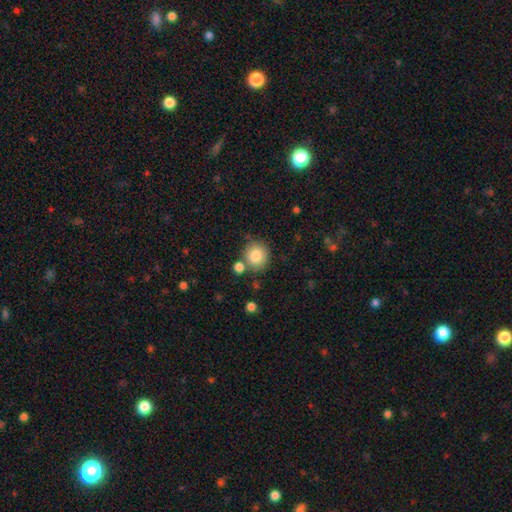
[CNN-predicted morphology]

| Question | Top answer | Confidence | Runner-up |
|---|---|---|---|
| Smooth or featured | smooth | 83% | star or artifact (9%) |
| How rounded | round | 85% | in between (14%) |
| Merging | none | 72% | merger (13%) |